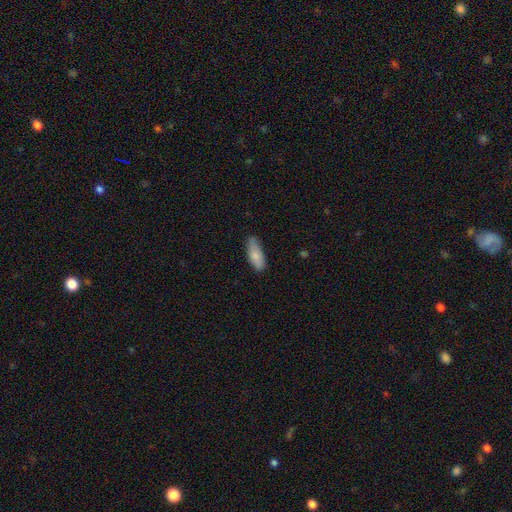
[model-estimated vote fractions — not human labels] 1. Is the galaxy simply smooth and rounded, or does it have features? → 81% smooth, 14% featured or disk, 6% star or artifact.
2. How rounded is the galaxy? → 68% in between, 30% cigar-shaped, 2% round.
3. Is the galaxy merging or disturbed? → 75% none, 20% minor disturbance, 3% major disturbance, 1% merger.